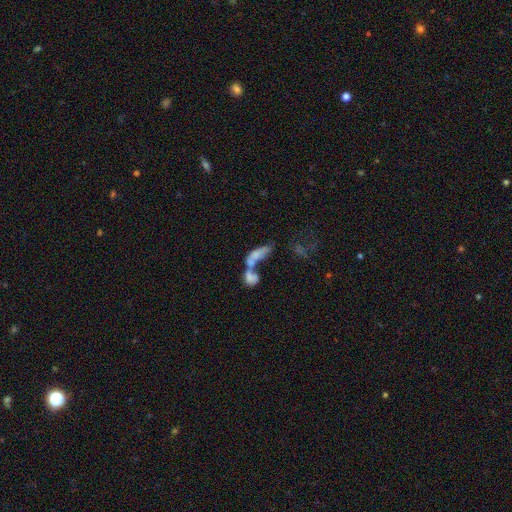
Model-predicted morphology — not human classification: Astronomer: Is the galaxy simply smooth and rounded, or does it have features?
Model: smooth — 55% (runner-up: featured or disk, 33%).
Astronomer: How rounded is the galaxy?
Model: in between — 67%.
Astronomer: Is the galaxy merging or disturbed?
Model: merger — 72%.